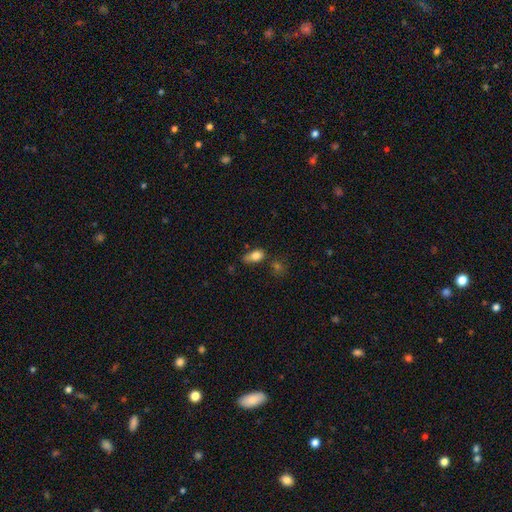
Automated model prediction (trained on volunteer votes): Smooth or featured: smooth — 79% (featured or disk — 11%)
How rounded: in between — 82% (round — 12%)
Merging: none — 42% (minor disturbance — 35%)